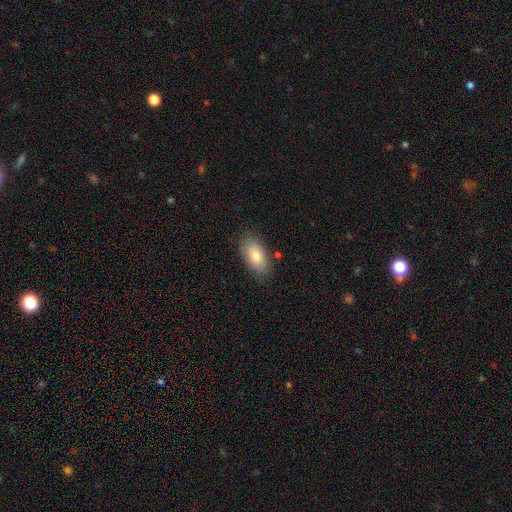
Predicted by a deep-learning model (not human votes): A smooth galaxy with no disk features (80%) that is in between round and cigar-shaped (93%). Merging: none (82%).